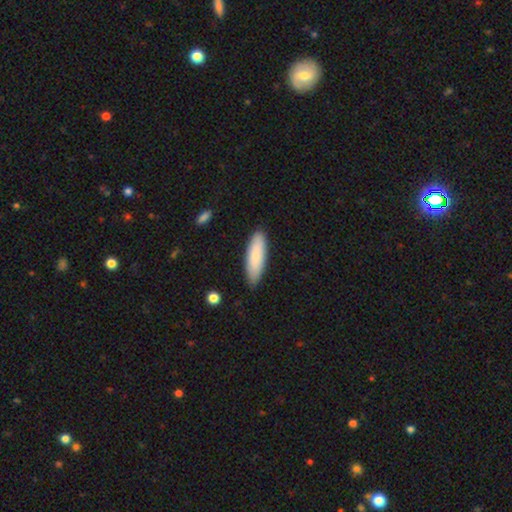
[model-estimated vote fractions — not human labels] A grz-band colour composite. It shows a smooth galaxy with no disk features (82%) that is cigar-shaped (54%). Merging: none (85%).